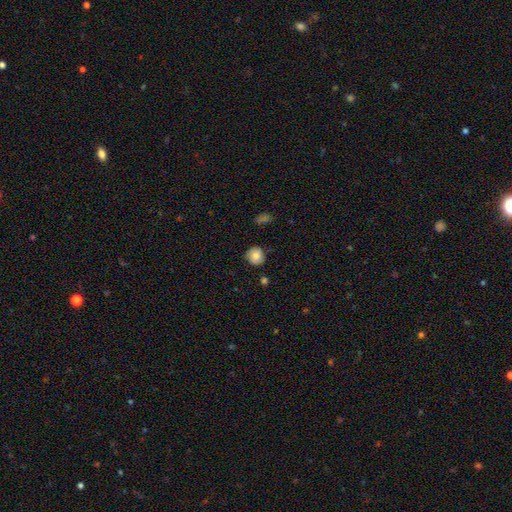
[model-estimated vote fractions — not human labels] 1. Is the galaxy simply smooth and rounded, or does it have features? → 81% smooth, 10% featured or disk, 8% star or artifact.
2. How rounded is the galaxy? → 87% round, 12% in between, 1% cigar-shaped.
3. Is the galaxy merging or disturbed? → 79% none, 16% minor disturbance, 3% major disturbance, 2% merger.